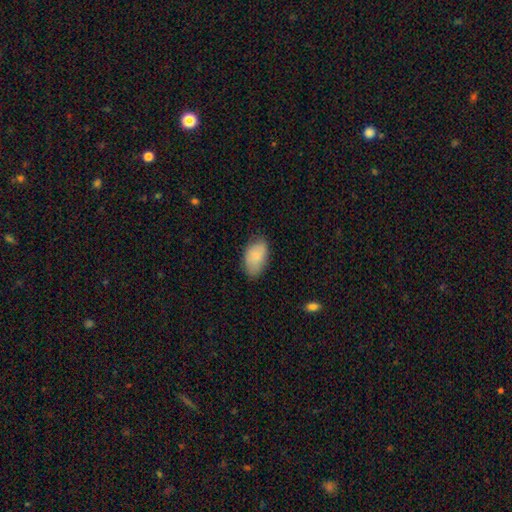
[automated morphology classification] Q: Smooth or featured?
A: smooth (85%); runner-up: featured or disk (9%)
Q: How rounded?
A: in between (94%); runner-up: round (5%)
Q: Merging?
A: none (75%); runner-up: minor disturbance (20%)